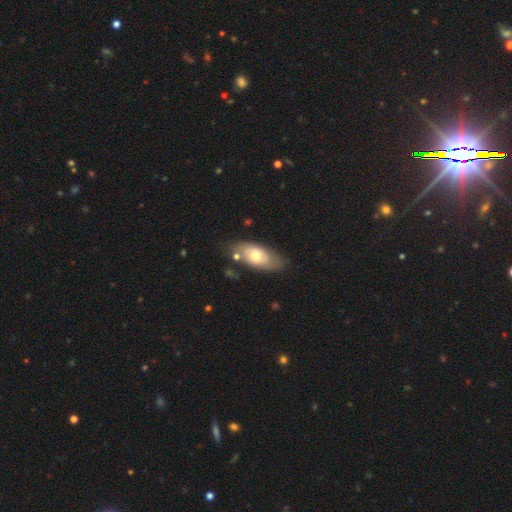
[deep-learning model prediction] The model was most divided on "smooth or featured": smooth: 57%, featured or disk: 36%, star or artifact: 6%. More confident: how rounded — in between (88%); merging — none (65%).